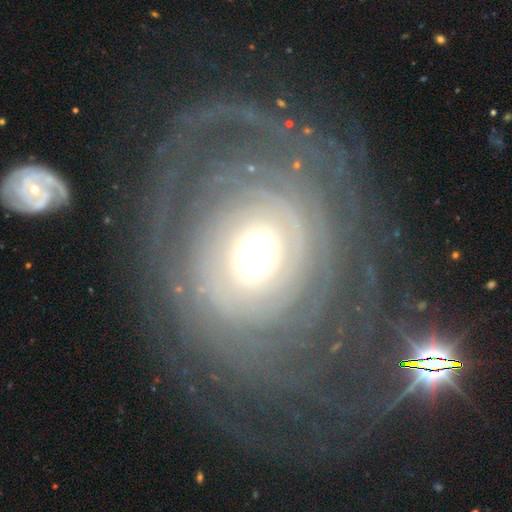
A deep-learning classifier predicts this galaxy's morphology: smooth_or_featured: featured or disk (p=0.85) [alt: smooth p=0.08]
disk_edge_on: no (p=0.97) [alt: yes p=0.03]
bar: no (p=0.75) [alt: weak p=0.16]
has_spiral_arms: yes (p=0.92) [alt: no p=0.08]
spiral_winding: tight (p=0.75) [alt: medium p=0.17]
spiral_arm_count: can't tell (p=0.32) [alt: more than 4 p=0.17]
bulge_size: moderate (p=0.59) [alt: large p=0.23]
merging: none (p=0.71) [alt: major disturbance p=0.14]